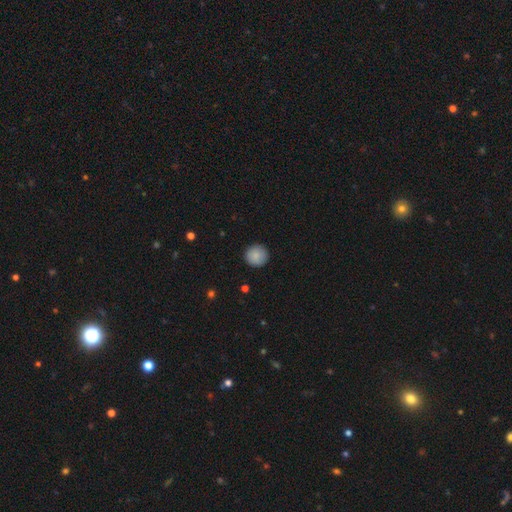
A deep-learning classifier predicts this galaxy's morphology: This appears to be a smooth galaxy with no disk features (88%) that is round (95%). Merging: none (91%).